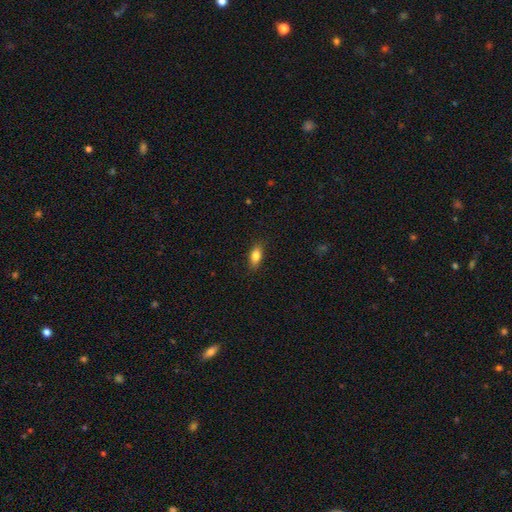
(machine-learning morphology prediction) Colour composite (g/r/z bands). It shows a smooth galaxy with no disk features (83%) that is in between round and cigar-shaped (83%). Merging: none (85%).